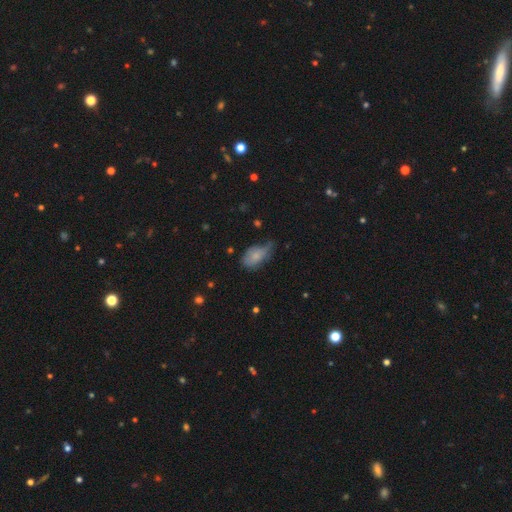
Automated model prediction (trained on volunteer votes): This is likely a smooth galaxy (71%). How rounded: clearly in between (90%). Merging: possibly minor disturbance (45%).